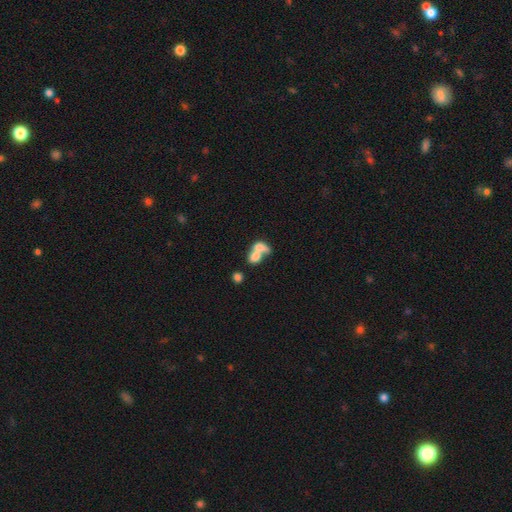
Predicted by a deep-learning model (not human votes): Smooth or featured? Predicted: smooth (p=0.69). How rounded? Predicted: in between (p=0.58). Merging? Predicted: merger (p=0.73).